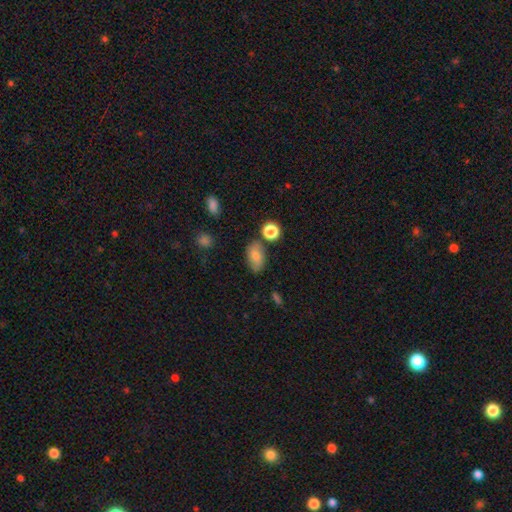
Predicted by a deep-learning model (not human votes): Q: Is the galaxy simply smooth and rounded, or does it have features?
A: smooth — 75%.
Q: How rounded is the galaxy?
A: in between — 88%.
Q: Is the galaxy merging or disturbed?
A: none — 74%.